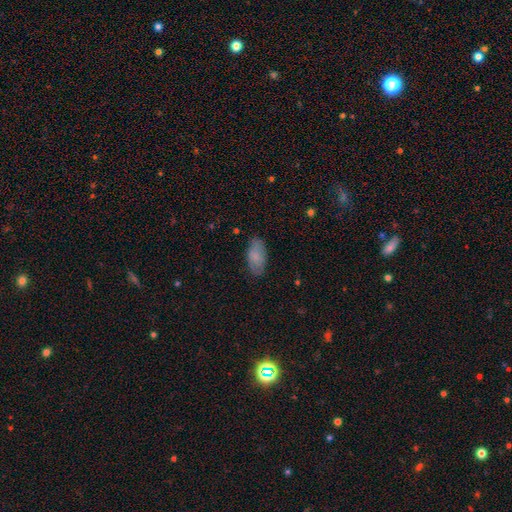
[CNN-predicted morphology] smooth 78%, featured or disk 15%, star or artifact 7%. Down the decision tree: how rounded — in between (93%); merging — none (81%).